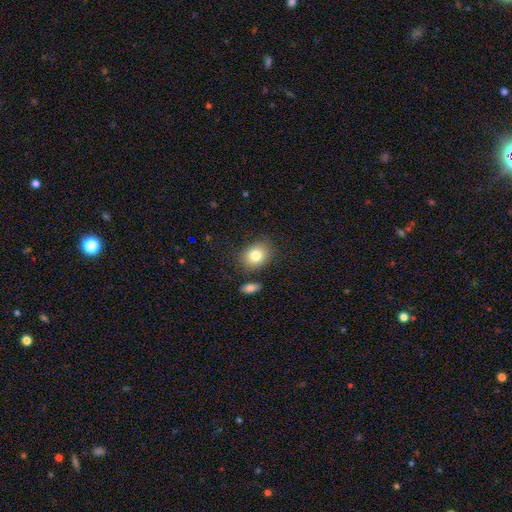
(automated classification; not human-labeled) This appears to be a smooth galaxy with no disk features (81%) that is in between round and cigar-shaped (52%). Merging: none (78%).